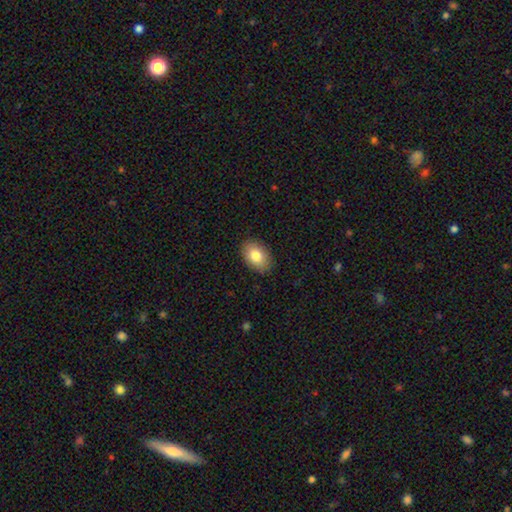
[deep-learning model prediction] Smooth or featured? Predicted: smooth (p=0.81). How rounded? Predicted: in between (p=0.85). Merging? Predicted: none (p=0.88).